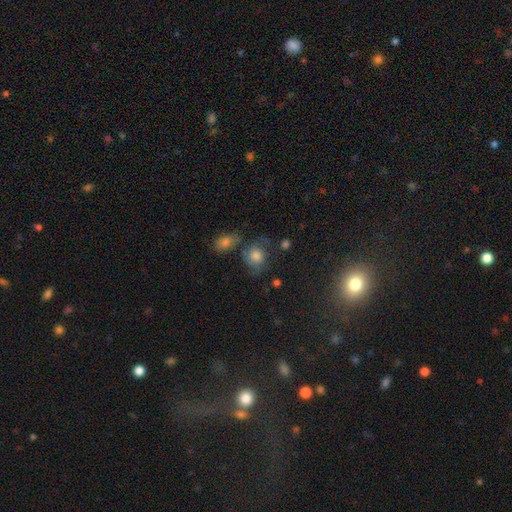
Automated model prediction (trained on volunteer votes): Q: Smooth or featured?
A: smooth (62%); runner-up: featured or disk (22%)
Q: How rounded?
A: round (63%); runner-up: in between (35%)
Q: Merging?
A: none (52%); runner-up: minor disturbance (23%)